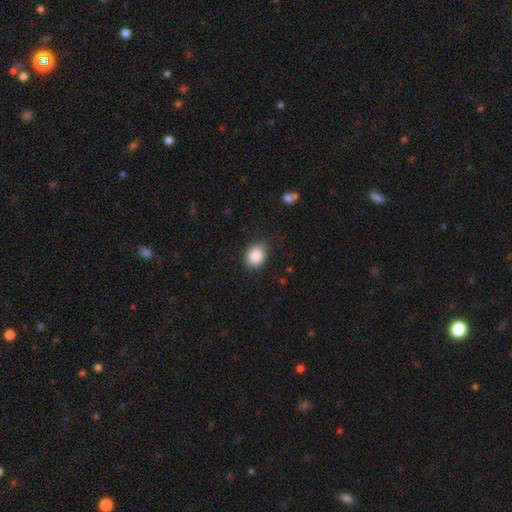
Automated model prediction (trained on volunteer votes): A smooth galaxy with no disk features (88%) that is in between round and cigar-shaped (55%). Merging: none (80%).